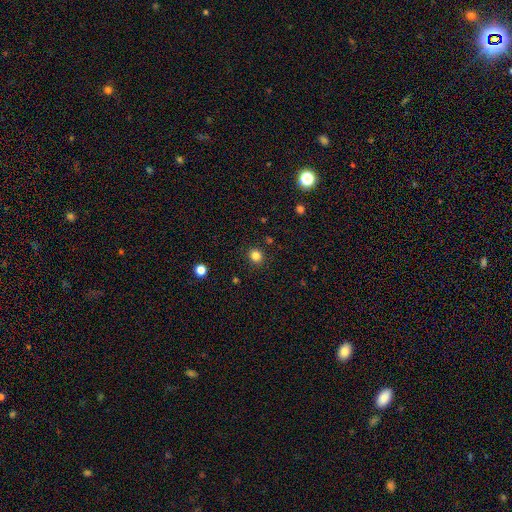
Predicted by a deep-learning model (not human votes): A smooth galaxy with no disk features (84%) that is round (87%).

Vote fractions:
- Smooth or featured? smooth: 84% / star or artifact: 12% / featured or disk: 4%
- How rounded? round: 87% / in between: 12% / cigar-shaped: 1%
- Merging? none: 90% / minor disturbance: 6% / major disturbance: 2% / merger: 1%